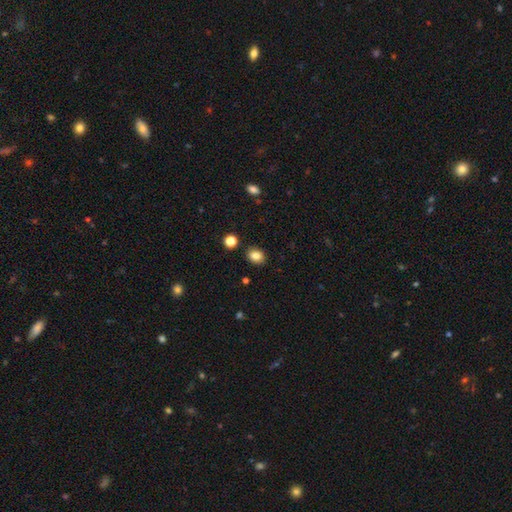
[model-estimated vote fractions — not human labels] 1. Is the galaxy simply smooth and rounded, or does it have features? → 84% smooth, 10% star or artifact, 5% featured or disk.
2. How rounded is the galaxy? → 55% in between, 44% round, 1% cigar-shaped.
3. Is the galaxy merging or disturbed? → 87% none, 8% minor disturbance, 3% merger, 2% major disturbance.